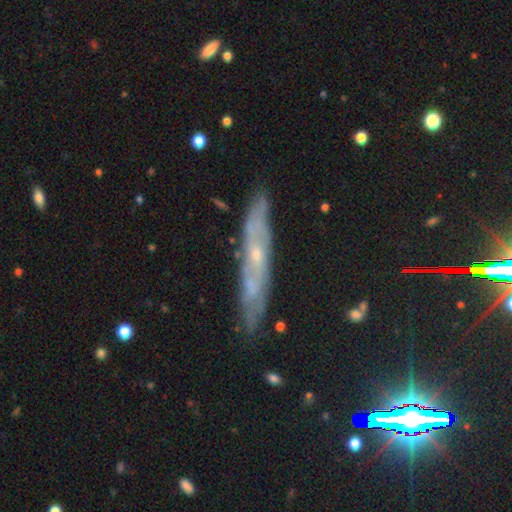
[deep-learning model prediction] smooth_or_featured: featured or disk (p=0.69) [alt: smooth p=0.19]
disk_edge_on: yes (p=0.62) [alt: no p=0.38]
merging: none (p=0.81) [alt: minor disturbance p=0.14]